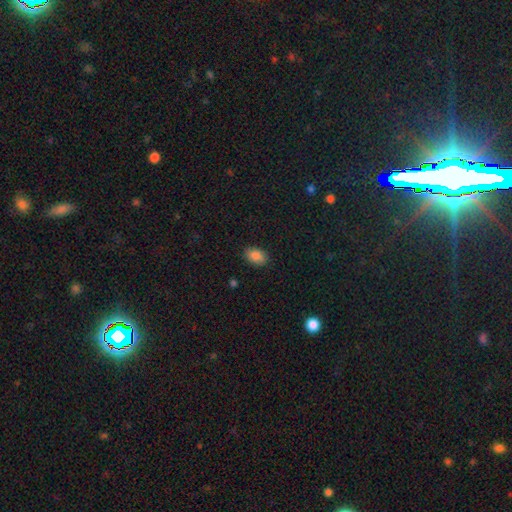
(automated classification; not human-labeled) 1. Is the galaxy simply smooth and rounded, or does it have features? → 87% smooth, 8% star or artifact, 5% featured or disk.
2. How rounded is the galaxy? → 86% in between, 12% round, 1% cigar-shaped.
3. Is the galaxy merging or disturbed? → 87% none, 10% minor disturbance, 2% major disturbance, 1% merger.